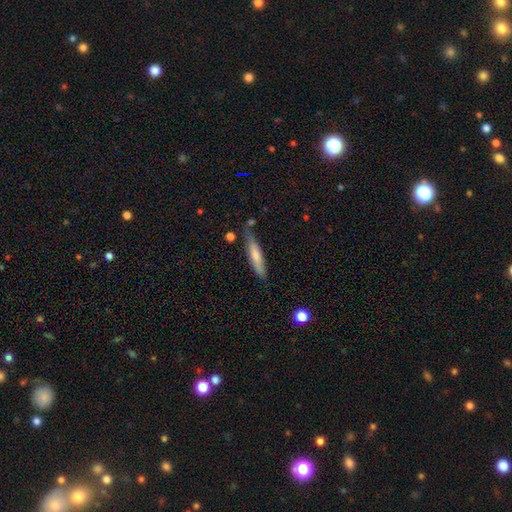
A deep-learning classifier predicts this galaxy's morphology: Q: Smooth or featured?
A: smooth (68%); runner-up: featured or disk (26%)
Q: How rounded?
A: cigar-shaped (86%); runner-up: in between (13%)
Q: Merging?
A: none (66%); runner-up: minor disturbance (23%)